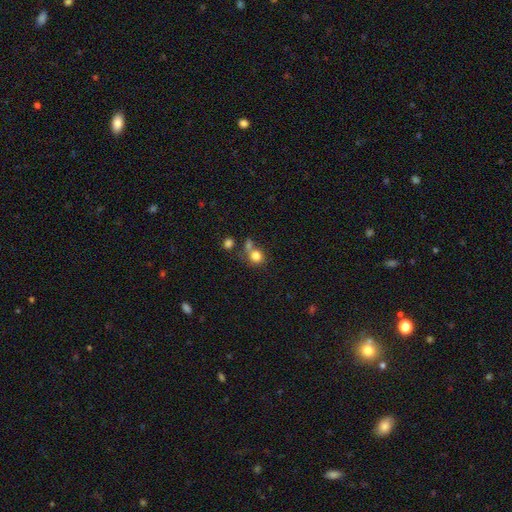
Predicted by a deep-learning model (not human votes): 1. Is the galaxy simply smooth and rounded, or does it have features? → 80% smooth, 12% star or artifact, 9% featured or disk.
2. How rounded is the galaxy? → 79% round, 20% in between, 1% cigar-shaped.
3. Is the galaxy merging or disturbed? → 48% none, 31% merger, 13% minor disturbance, 8% major disturbance.